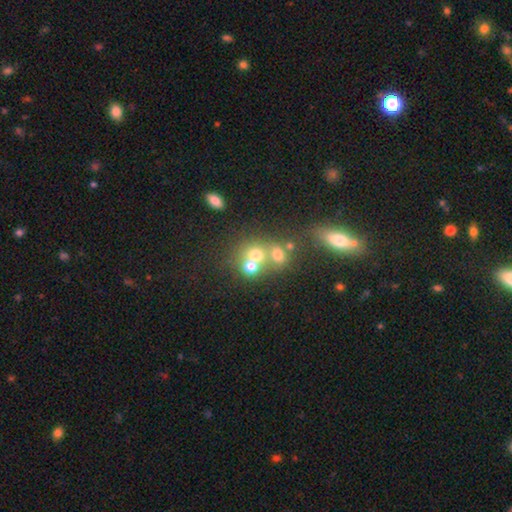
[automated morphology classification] Smooth or featured? smooth (64%)
How rounded? round (76%)
Merging? merger (50%)